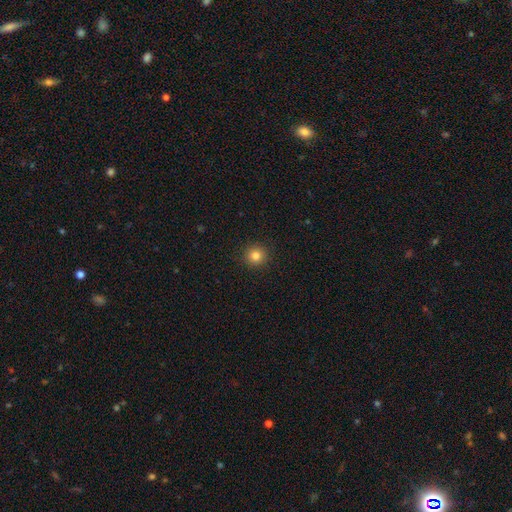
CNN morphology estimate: smooth 82%, star or artifact 12%, featured or disk 6%. Down the decision tree: how rounded — round (95%); merging — none (93%).